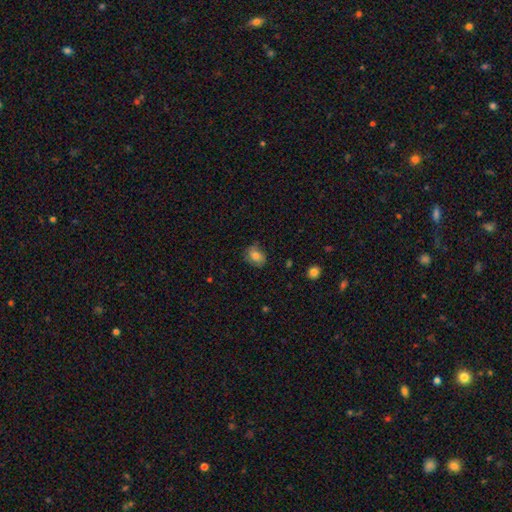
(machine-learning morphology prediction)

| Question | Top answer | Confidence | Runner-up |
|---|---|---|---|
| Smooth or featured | smooth | 76% | featured or disk (14%) |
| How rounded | in between | 51% | round (48%) |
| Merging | none | 72% | minor disturbance (22%) |